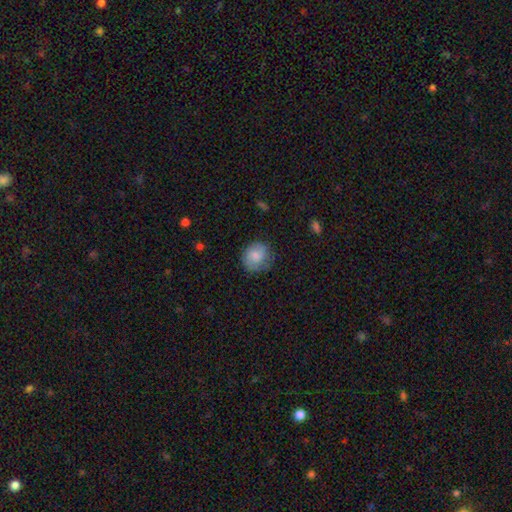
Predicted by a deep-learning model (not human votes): Smooth or featured? Predicted: smooth (p=0.74). How rounded? Predicted: round (p=0.74). Merging? Predicted: none (p=0.70).